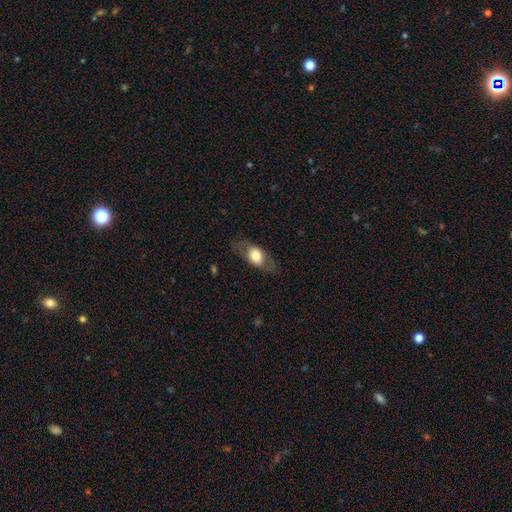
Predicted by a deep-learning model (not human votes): This appears to be a smooth galaxy with no disk features (56%) that is in between round and cigar-shaped (77%). Merging: none (76%).